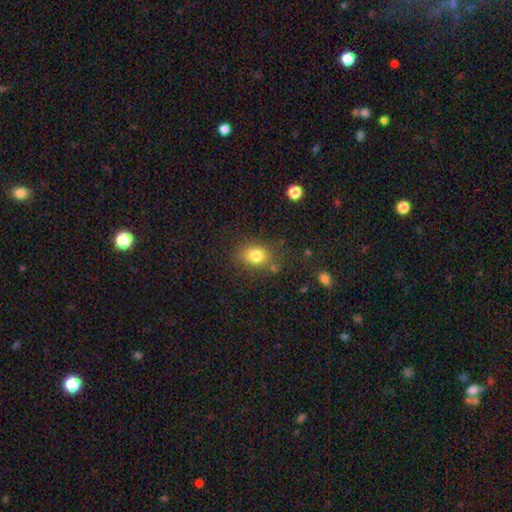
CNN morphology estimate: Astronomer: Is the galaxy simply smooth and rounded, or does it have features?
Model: smooth — 81%.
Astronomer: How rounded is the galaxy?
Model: in between — 59% (runner-up: round, 40%).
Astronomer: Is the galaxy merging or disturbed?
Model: none — 76%.